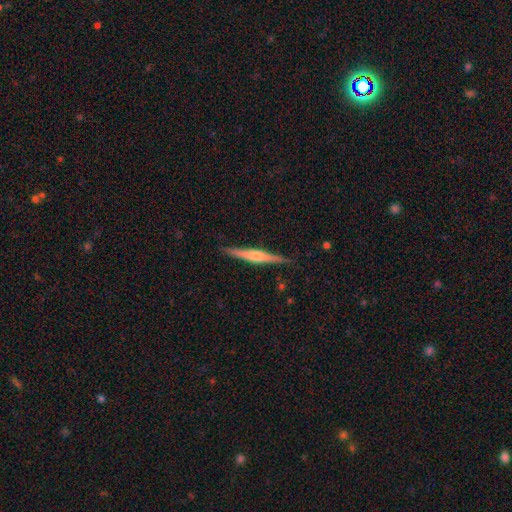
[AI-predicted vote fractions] featured or disk 74%, smooth 20%, star or artifact 6%. Down the decision tree: edge-on disk — yes (98%); edge-on bulge — rounded (80%); merging — none (90%).